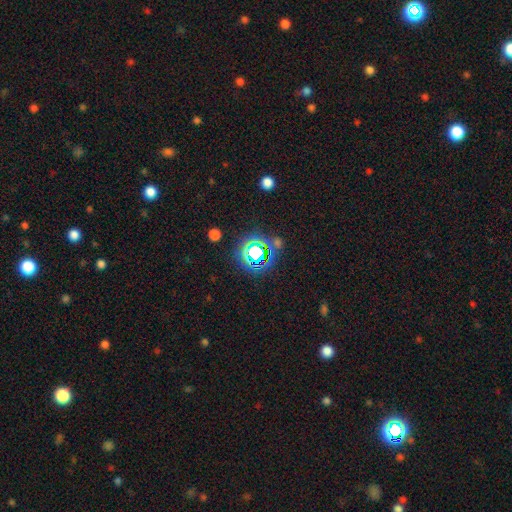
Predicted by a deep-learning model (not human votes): smooth-or-featured: star or artifact: 75% | smooth: 17% | featured or disk: 8%